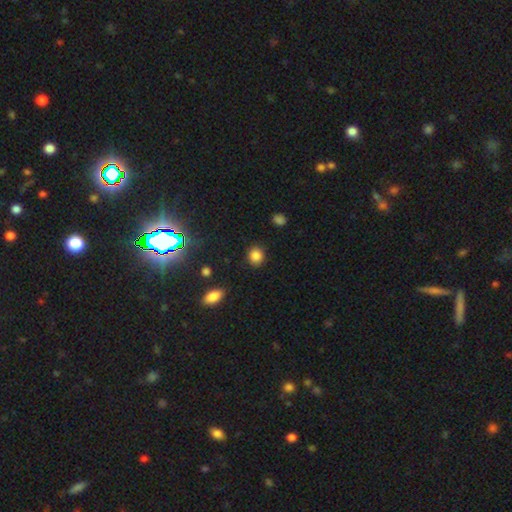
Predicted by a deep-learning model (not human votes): Overall: smooth (85%). How rounded: round (76%). Merging: none (87%).